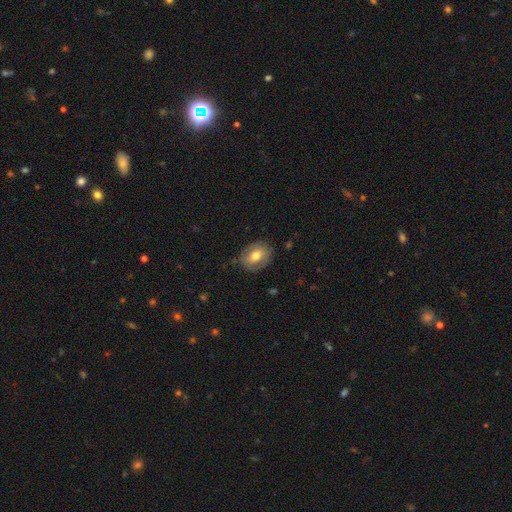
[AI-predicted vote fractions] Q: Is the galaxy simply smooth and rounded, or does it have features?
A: smooth — 62%.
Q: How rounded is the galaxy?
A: in between — 61%.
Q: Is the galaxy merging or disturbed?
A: none — 78%.